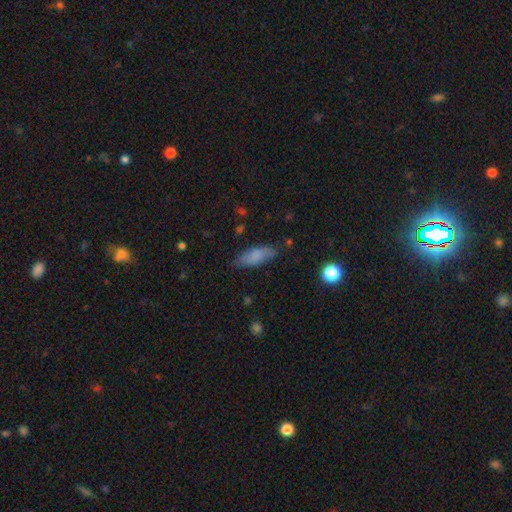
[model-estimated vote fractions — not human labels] smooth-or-featured: smooth: 81% | featured or disk: 11% | star or artifact: 7%
  how-rounded: in between: 69% | cigar-shaped: 29% | round: 2%
  merging: none: 80% | minor disturbance: 15% | major disturbance: 3% | merger: 2%